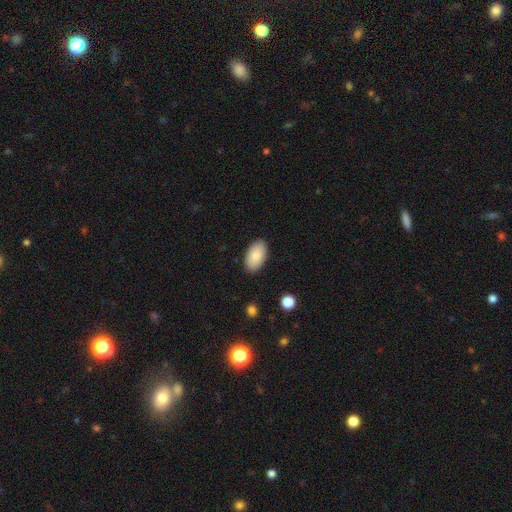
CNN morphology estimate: Smooth or featured? Predicted: smooth (p=0.86). How rounded? Predicted: in between (p=0.95). Merging? Predicted: none (p=0.88).